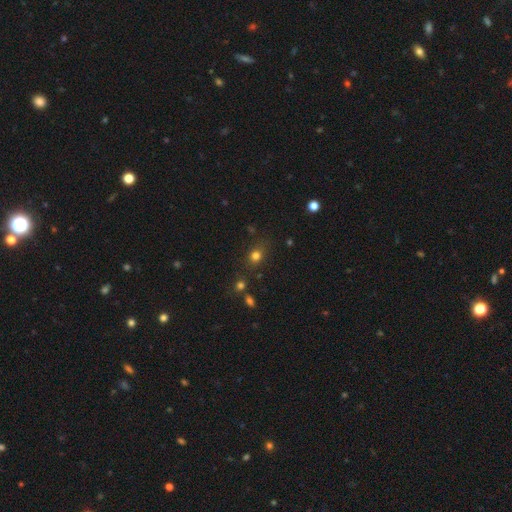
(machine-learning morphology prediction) smooth-or-featured: smooth: 76% | star or artifact: 17% | featured or disk: 7%
  how-rounded: round: 63% | in between: 35% | cigar-shaped: 2%
  merging: none: 74% | minor disturbance: 15% | major disturbance: 6% | merger: 5%